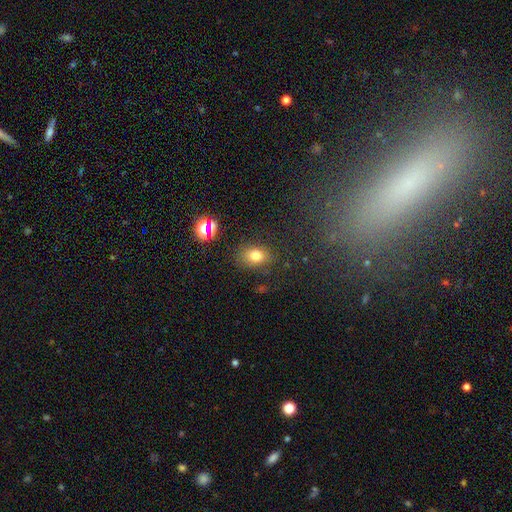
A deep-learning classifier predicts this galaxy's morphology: This appears to be a smooth galaxy with no disk features (74%) that is in between round and cigar-shaped (65%). Merging: none (79%).